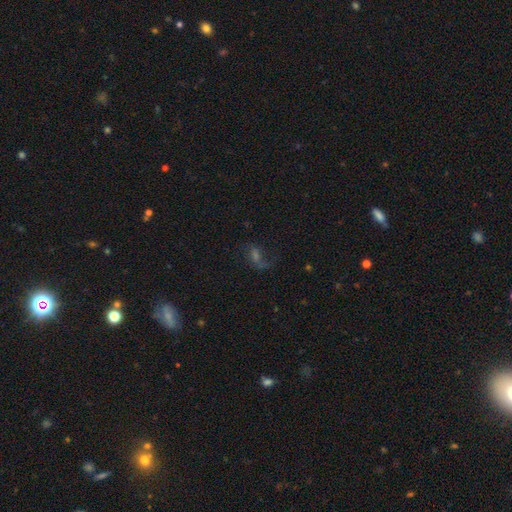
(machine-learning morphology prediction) Overall: featured or disk (53%; smooth 24%). Edge-on disk: no (94%). Merging: none (49%; major disturbance 31%).